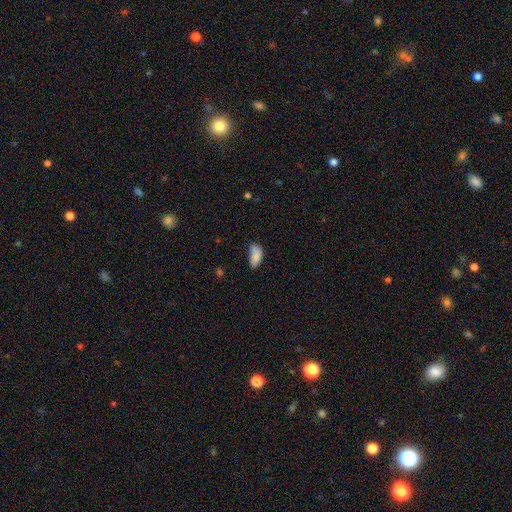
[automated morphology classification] Q: Smooth or featured?
A: smooth (83%); runner-up: star or artifact (9%)
Q: How rounded?
A: in between (91%); runner-up: cigar-shaped (6%)
Q: Merging?
A: none (46%); runner-up: minor disturbance (33%)